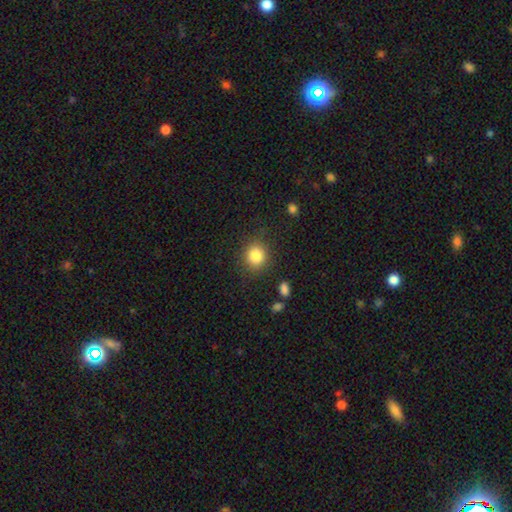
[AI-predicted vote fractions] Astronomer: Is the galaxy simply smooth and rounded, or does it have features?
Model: smooth — 84%.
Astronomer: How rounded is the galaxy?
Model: round — 81%.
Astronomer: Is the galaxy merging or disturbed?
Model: none — 85%.